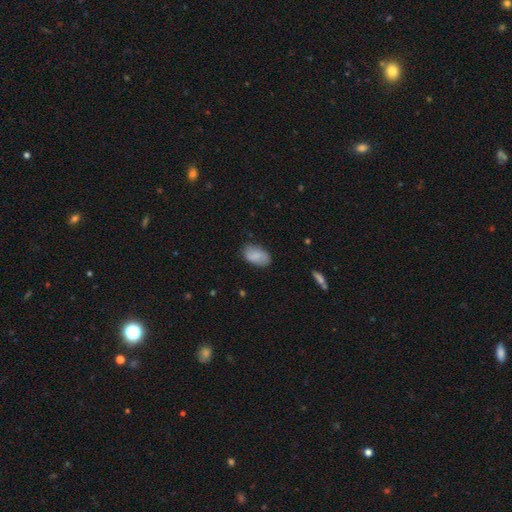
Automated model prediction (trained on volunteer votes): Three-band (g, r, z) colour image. It shows a smooth galaxy with no disk features (78%) that is in between round and cigar-shaped (93%). Merging: none (80%).